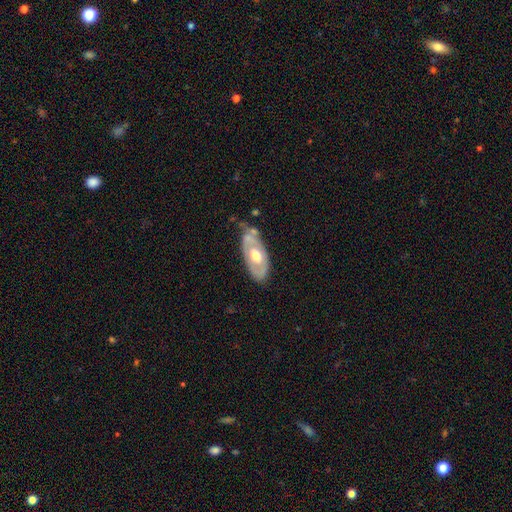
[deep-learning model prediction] Overall: featured or disk (59%; smooth 36%). Edge-on disk: no (85%). Bar: no (79%). Spiral arms: no (69%; yes 31%). Bulge size: moderate (72%). Merging: none (51%; minor disturbance 30%).